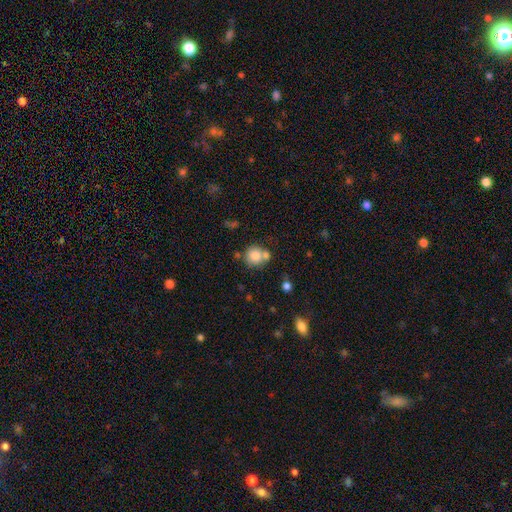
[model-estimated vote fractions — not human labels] smooth 81%, featured or disk 10%, star or artifact 9%. Down the decision tree: how rounded — round (87%); merging — none (55%).